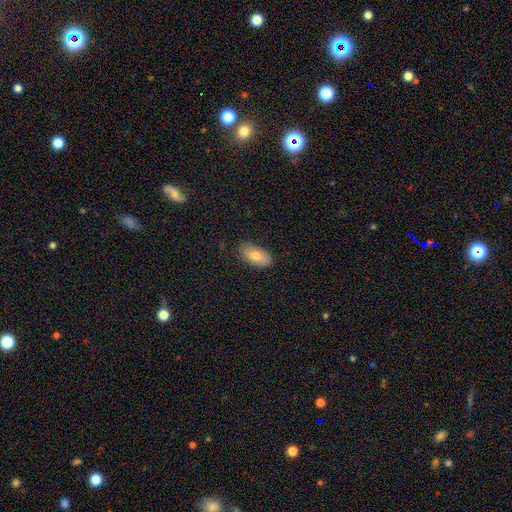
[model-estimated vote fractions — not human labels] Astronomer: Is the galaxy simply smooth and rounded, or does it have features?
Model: smooth — 76%.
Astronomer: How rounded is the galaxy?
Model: in between — 92%.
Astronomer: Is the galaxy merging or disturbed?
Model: none — 80%.